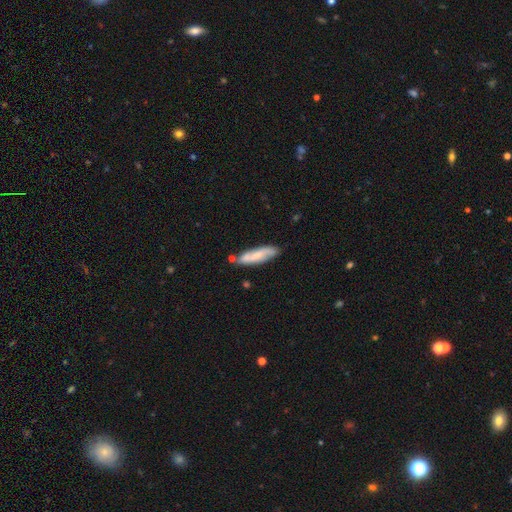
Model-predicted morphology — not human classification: A smooth galaxy with no disk features (52%) that is cigar-shaped (66%).

Vote fractions:
- Smooth or featured? smooth: 52% / featured or disk: 42% / star or artifact: 6%
- How rounded? cigar-shaped: 66% / in between: 32% / round: 2%
- Merging? none: 72% / minor disturbance: 17% / merger: 8% / major disturbance: 3%